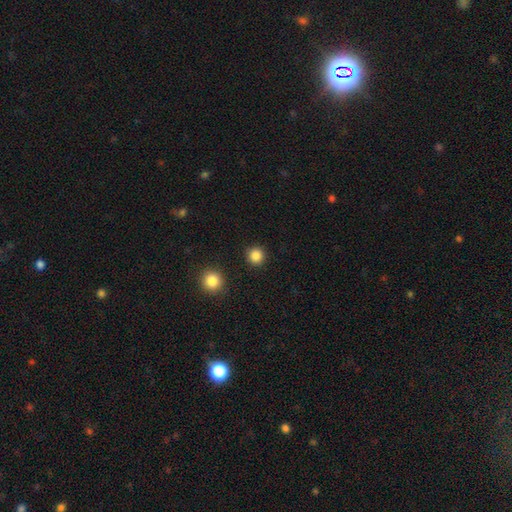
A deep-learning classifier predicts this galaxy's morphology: This appears to be a smooth galaxy with no disk features (85%) that is round (95%). Merging: none (91%).